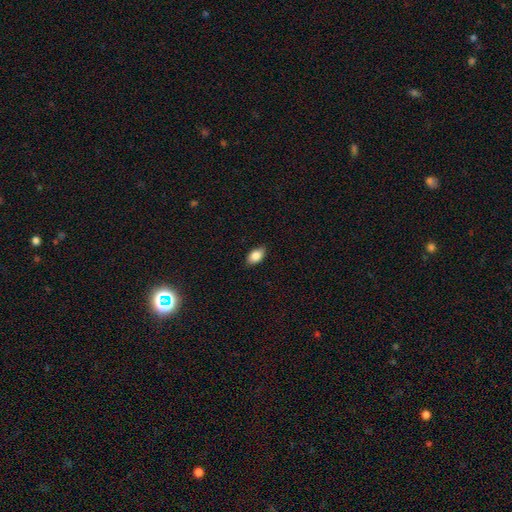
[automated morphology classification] Overall: smooth (84%). How rounded: in between (91%). Merging: none (86%).